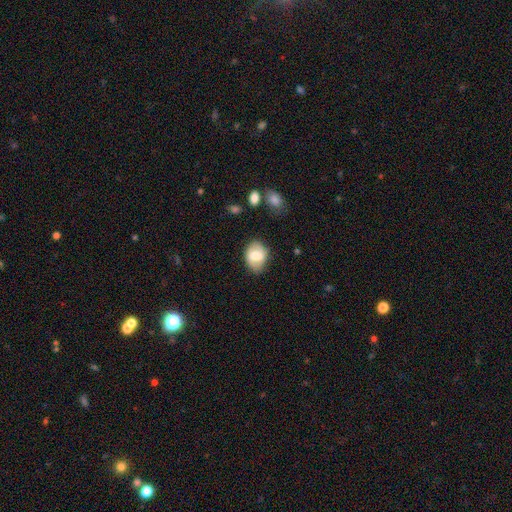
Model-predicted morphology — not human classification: A smooth galaxy with no disk features (65%) that is in between round and cigar-shaped (71%).

Vote fractions:
- Smooth or featured? smooth: 65% / featured or disk: 27% / star or artifact: 8%
- How rounded? in between: 71% / round: 28% / cigar-shaped: 1%
- Merging? none: 74% / minor disturbance: 19% / major disturbance: 5% / merger: 2%